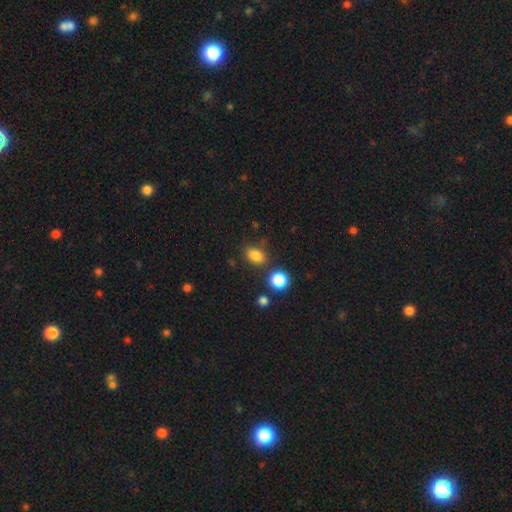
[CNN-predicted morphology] smooth_or_featured: smooth (p=0.82) [alt: star or artifact p=0.12]
how_rounded: in between (p=0.73) [alt: round p=0.25]
merging: none (p=0.75) [alt: minor disturbance p=0.14]